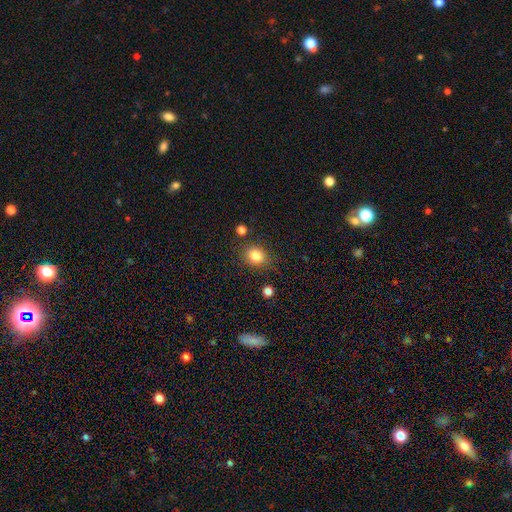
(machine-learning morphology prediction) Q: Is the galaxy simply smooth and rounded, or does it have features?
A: smooth — 82%.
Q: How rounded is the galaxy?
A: round — 64%.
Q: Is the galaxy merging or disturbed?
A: none — 81%.